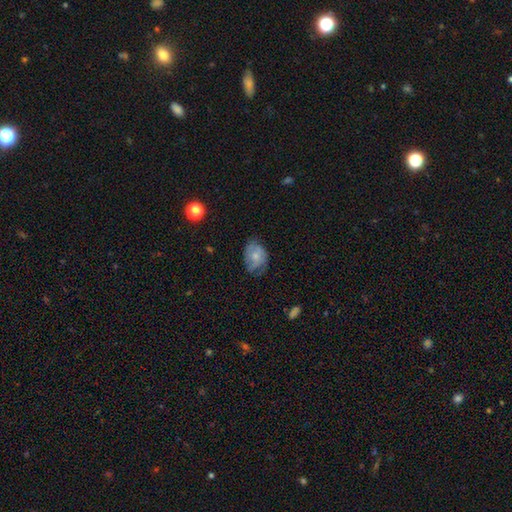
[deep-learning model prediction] Overall: smooth (51%; featured or disk 41%). How rounded: in between (73%). Merging: none (51%; minor disturbance 32%).